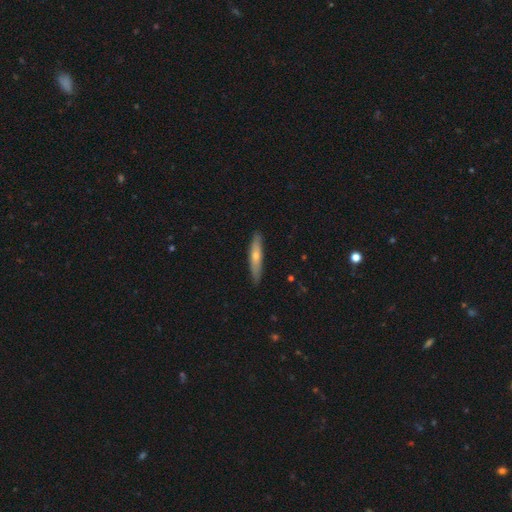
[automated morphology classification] Smooth or featured: smooth — 51% (featured or disk — 43%)
How rounded: cigar-shaped — 88% (in between — 10%)
Merging: none — 89% (minor disturbance — 9%)